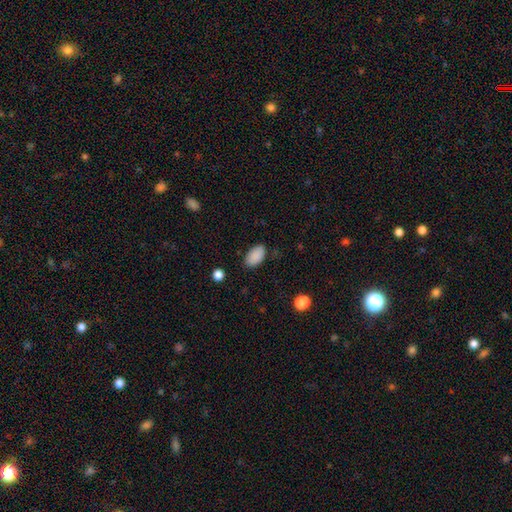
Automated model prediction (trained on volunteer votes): Smooth or featured?
  - smooth: 89% *
  - star or artifact: 8%
  - featured or disk: 3%
How rounded?
  - in between: 94% *
  - round: 5%
  - cigar-shaped: 1%
Merging?
  - none: 83% *
  - minor disturbance: 13%
  - major disturbance: 3%
  - merger: 1%